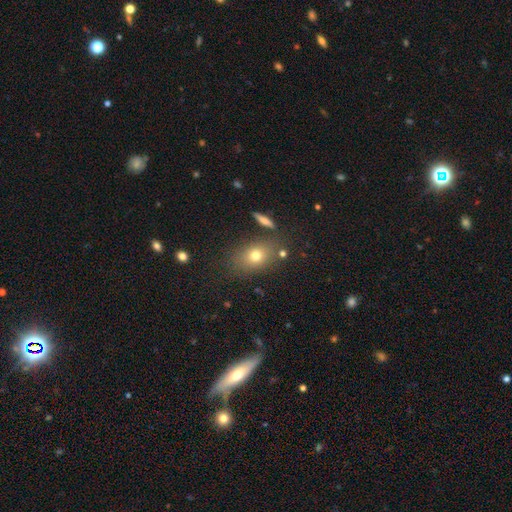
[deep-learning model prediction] Smooth or featured?
  - smooth: 73% *
  - featured or disk: 14%
  - star or artifact: 13%
How rounded?
  - in between: 68% *
  - round: 29%
  - cigar-shaped: 3%
Merging?
  - none: 77% *
  - minor disturbance: 12%
  - merger: 6%
  - major disturbance: 5%